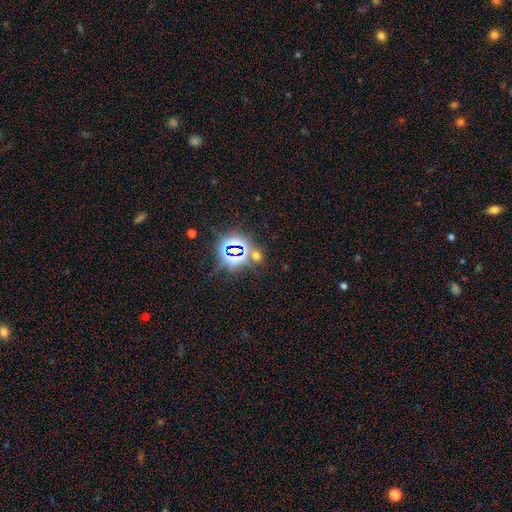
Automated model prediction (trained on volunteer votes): Smooth or featured? Predicted: star or artifact (p=0.63).